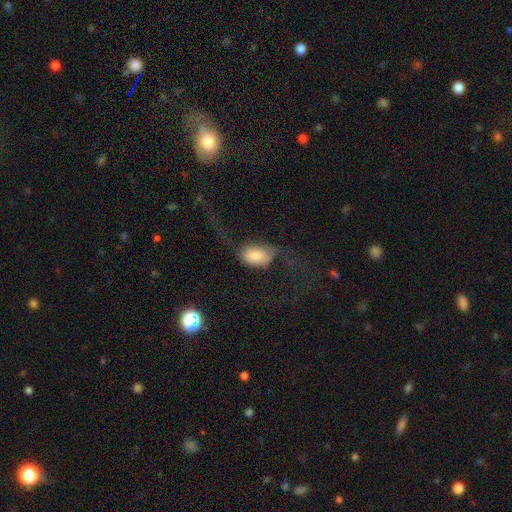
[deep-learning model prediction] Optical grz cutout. It shows a smooth galaxy with no disk features (69%) that is in between round and cigar-shaped (88%). Merging: major disturbance (51%).